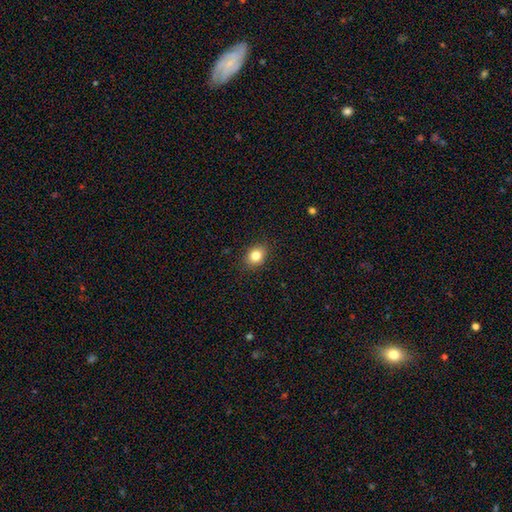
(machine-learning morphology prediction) Smooth or featured: smooth — 82% (star or artifact — 10%)
How rounded: in between — 50% (round — 49%)
Merging: none — 88% (minor disturbance — 9%)